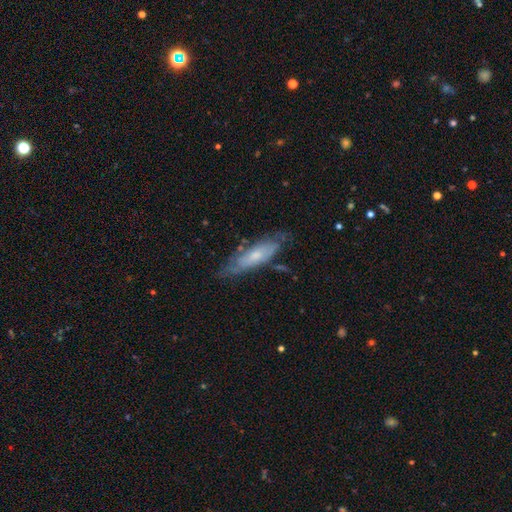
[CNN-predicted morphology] smooth_or_featured: featured or disk (p=0.54) [alt: smooth p=0.39]
disk_edge_on: no (p=0.65) [alt: yes p=0.35]
merging: none (p=0.67) [alt: minor disturbance p=0.23]